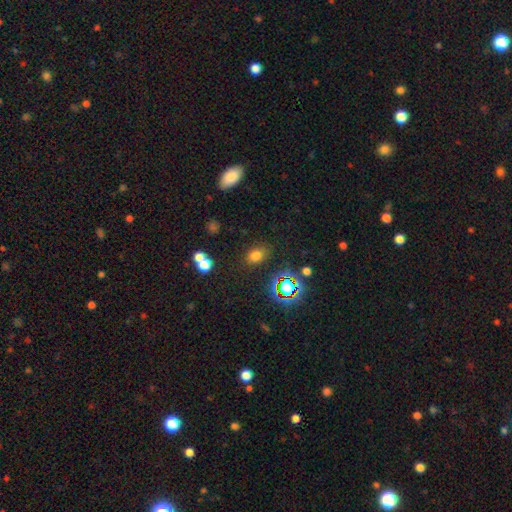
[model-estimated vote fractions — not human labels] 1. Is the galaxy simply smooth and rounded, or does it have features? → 71% smooth, 21% star or artifact, 8% featured or disk.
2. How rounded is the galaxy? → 68% in between, 31% round, 2% cigar-shaped.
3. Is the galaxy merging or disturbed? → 79% none, 11% minor disturbance, 5% merger, 4% major disturbance.